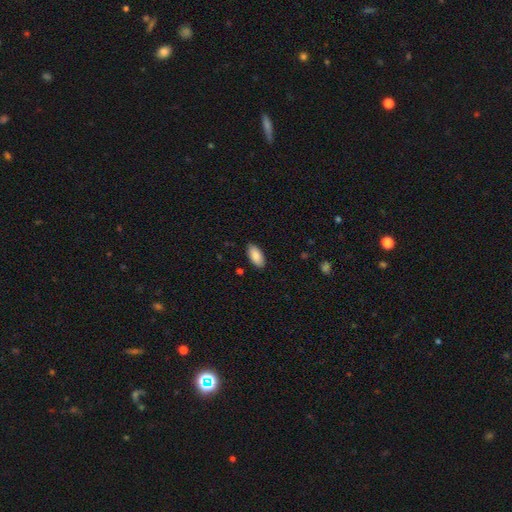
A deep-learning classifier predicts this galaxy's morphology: This is clearly a smooth galaxy (87%). How rounded: clearly in between (92%). Merging: clearly none (87%).